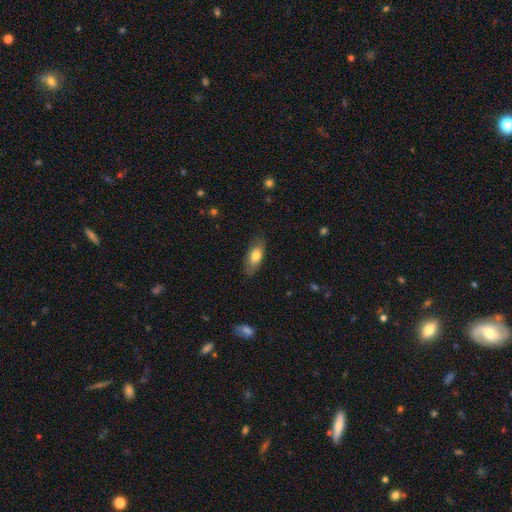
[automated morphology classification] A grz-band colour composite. It shows a smooth galaxy with no disk features (72%) that is in between round and cigar-shaped (82%). Merging: none (81%).